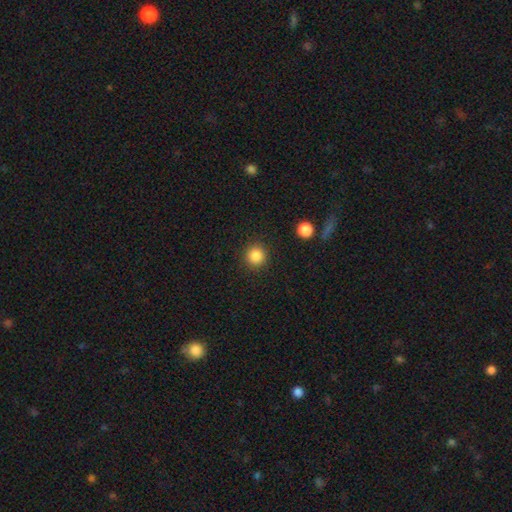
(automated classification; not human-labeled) This appears to be a smooth galaxy with no disk features (86%) that is round (93%). Merging: none (90%).